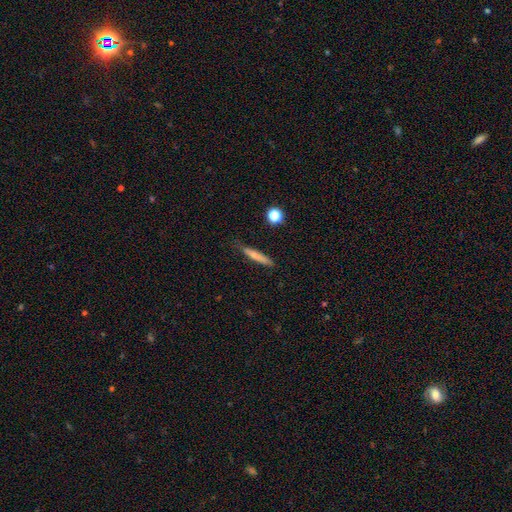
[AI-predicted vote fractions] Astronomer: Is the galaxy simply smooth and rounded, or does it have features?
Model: smooth — 70%.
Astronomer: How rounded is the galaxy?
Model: cigar-shaped — 91%.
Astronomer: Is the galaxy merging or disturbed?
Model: none — 76%.